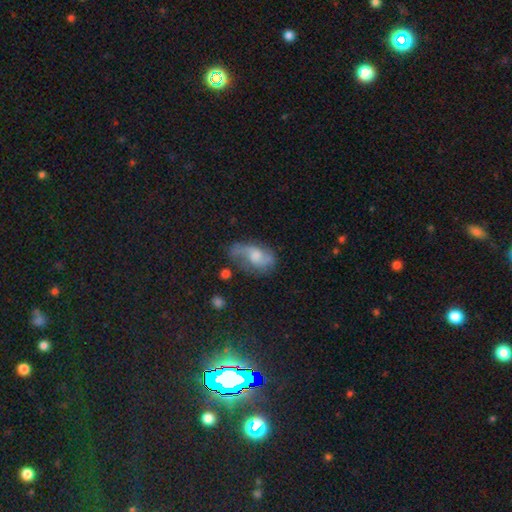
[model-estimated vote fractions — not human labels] Smooth or featured: featured or disk — 66% (smooth — 24%)
Edge-on disk: no — 95% (yes — 5%)
Bar: no — 62% (weak — 33%)
Spiral arms: yes — 88% (no — 12%)
Spiral winding: loose — 48% (medium — 39%)
Spiral arm count: 2 — 75% (can't tell — 10%)
Bulge size: moderate — 47% (small — 26%)
Merging: none — 52% (minor disturbance — 27%)